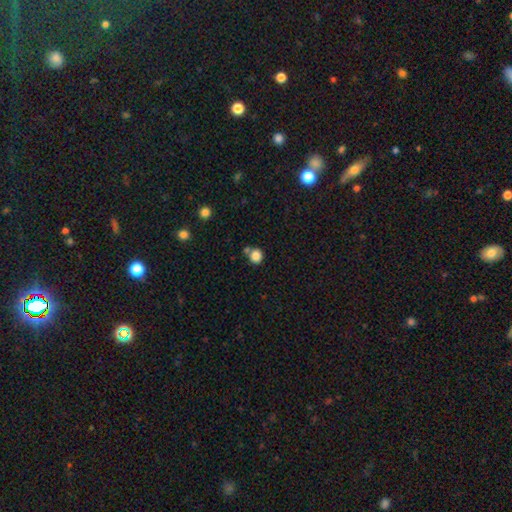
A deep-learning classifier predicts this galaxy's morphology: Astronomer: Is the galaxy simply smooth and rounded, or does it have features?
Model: smooth — 84%.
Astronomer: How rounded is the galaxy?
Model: round — 85%.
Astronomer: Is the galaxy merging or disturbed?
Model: none — 65%.